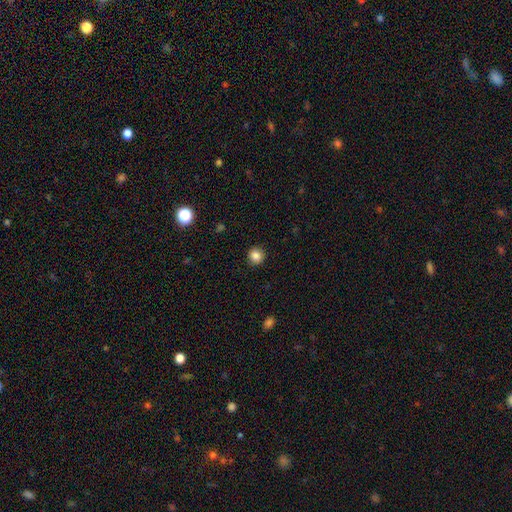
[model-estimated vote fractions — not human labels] Smooth or featured?
  - smooth: 85% *
  - star or artifact: 11%
  - featured or disk: 5%
How rounded?
  - round: 90% *
  - in between: 9%
  - cigar-shaped: 1%
Merging?
  - none: 91% *
  - minor disturbance: 6%
  - major disturbance: 2%
  - merger: 1%